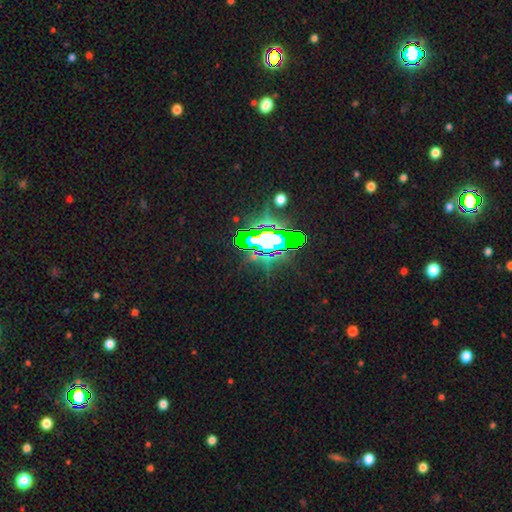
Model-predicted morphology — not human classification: smooth_or_featured: star or artifact (p=0.66) [alt: featured or disk p=0.20]